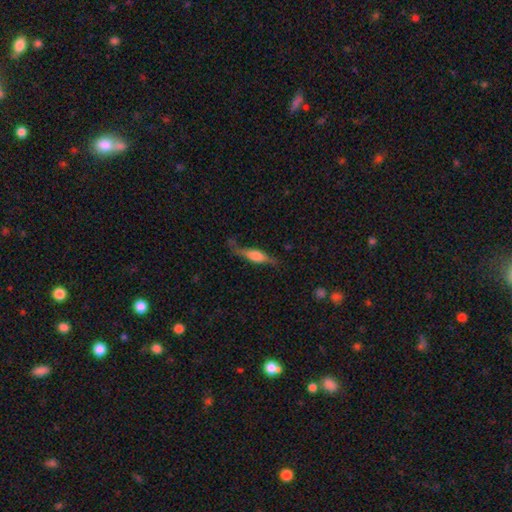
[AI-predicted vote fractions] The model was most divided on "smooth or featured": featured or disk: 49%, smooth: 44%, star or artifact: 7%. More confident: merging — none (66%).